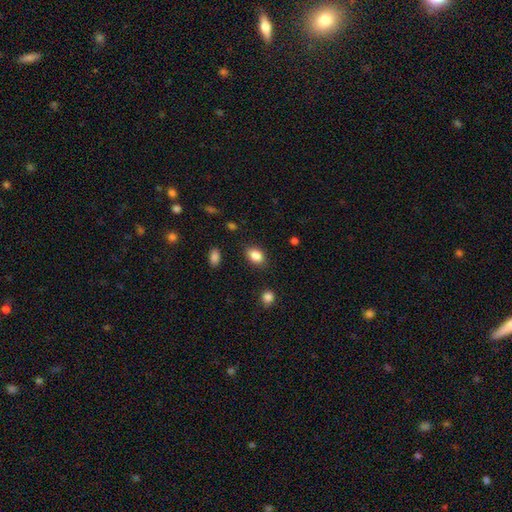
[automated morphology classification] A smooth galaxy with no disk features (85%) that is in between round and cigar-shaped (79%). Merging: none (85%).